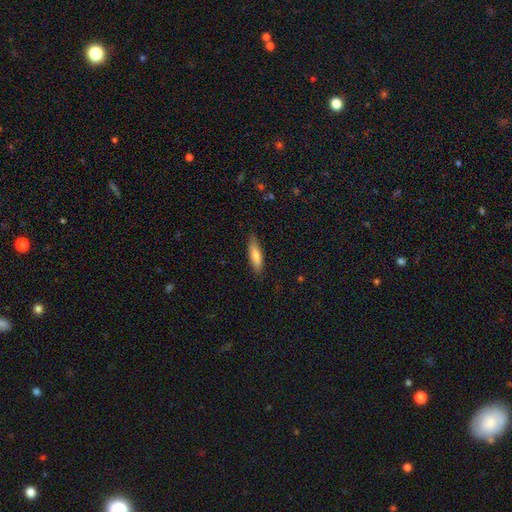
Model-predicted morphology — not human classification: Smooth or featured: smooth — 70% (featured or disk — 24%)
How rounded: cigar-shaped — 66% (in between — 32%)
Merging: none — 85% (minor disturbance — 12%)